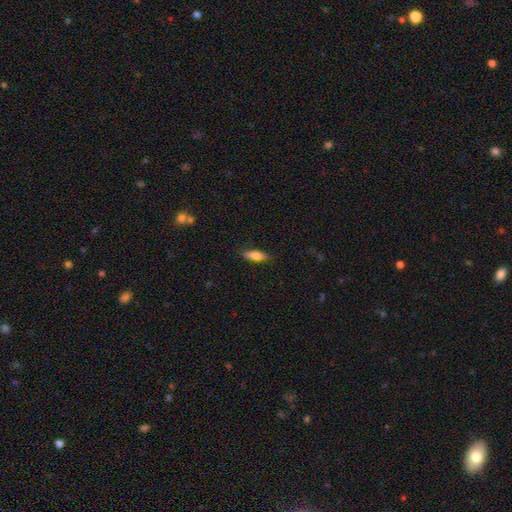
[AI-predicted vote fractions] smooth-or-featured: smooth: 74% | featured or disk: 19% | star or artifact: 7%
  how-rounded: cigar-shaped: 57% | in between: 41% | round: 2%
  merging: none: 85% | minor disturbance: 11% | major disturbance: 2% | merger: 1%